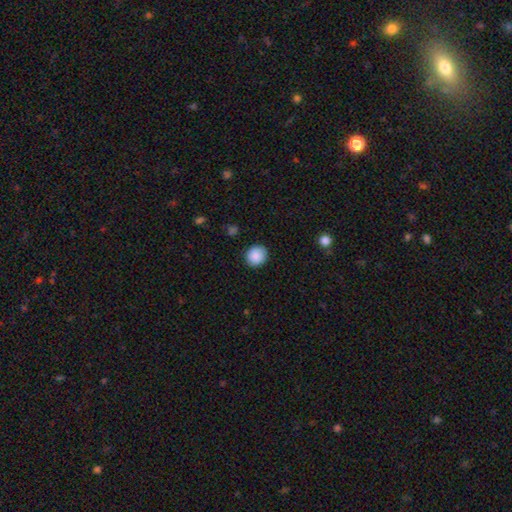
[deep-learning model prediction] Q: Smooth or featured?
A: smooth (89%); runner-up: star or artifact (8%)
Q: How rounded?
A: round (85%); runner-up: in between (14%)
Q: Merging?
A: none (89%); runner-up: minor disturbance (8%)